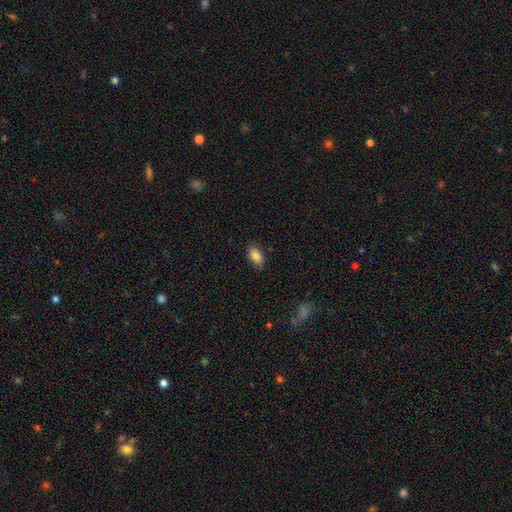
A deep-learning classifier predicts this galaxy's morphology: smooth 85%, featured or disk 8%, star or artifact 8%. Down the decision tree: how rounded — in between (92%); merging — none (85%).